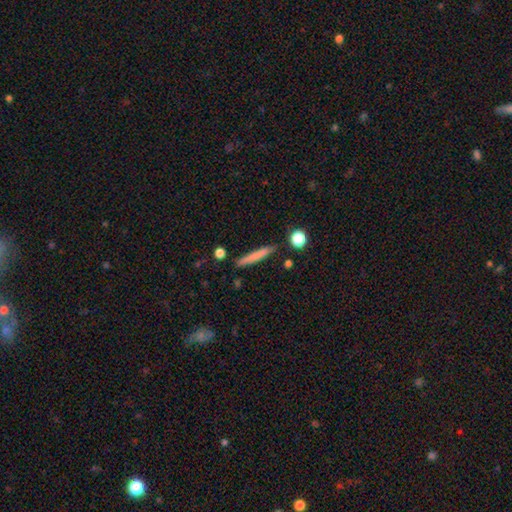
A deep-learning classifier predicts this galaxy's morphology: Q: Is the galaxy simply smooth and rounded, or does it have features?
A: smooth — 71%.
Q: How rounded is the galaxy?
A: cigar-shaped — 95%.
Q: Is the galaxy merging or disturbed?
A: none — 85%.